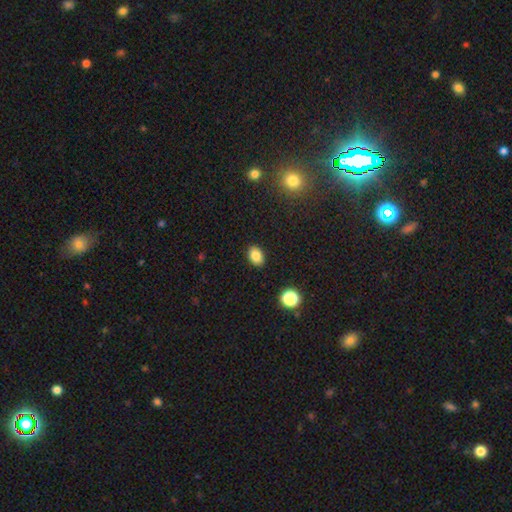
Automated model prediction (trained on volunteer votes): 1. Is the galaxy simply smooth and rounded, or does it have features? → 84% smooth, 11% star or artifact, 5% featured or disk.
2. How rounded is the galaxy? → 79% in between, 20% round, 1% cigar-shaped.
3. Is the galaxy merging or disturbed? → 89% none, 8% minor disturbance, 2% major disturbance, 1% merger.